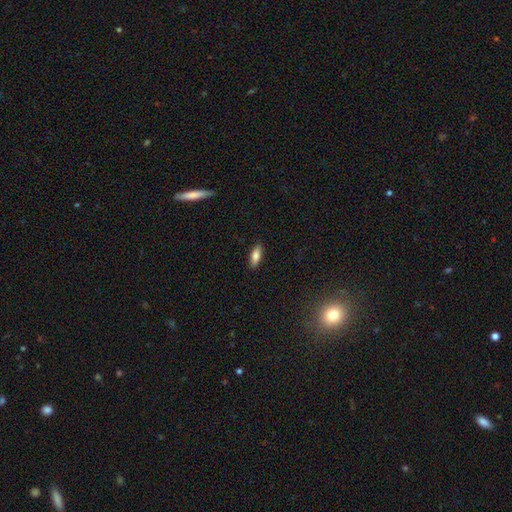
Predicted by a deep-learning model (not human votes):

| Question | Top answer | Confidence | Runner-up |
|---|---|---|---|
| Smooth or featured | smooth | 80% | featured or disk (13%) |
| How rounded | in between | 73% | cigar-shaped (25%) |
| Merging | none | 88% | minor disturbance (9%) |